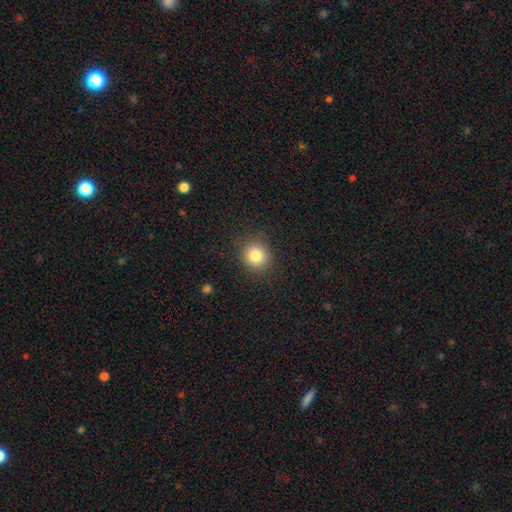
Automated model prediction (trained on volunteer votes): Morphology: type=smooth (83%); roundness=round (86%); merging=none (89%).